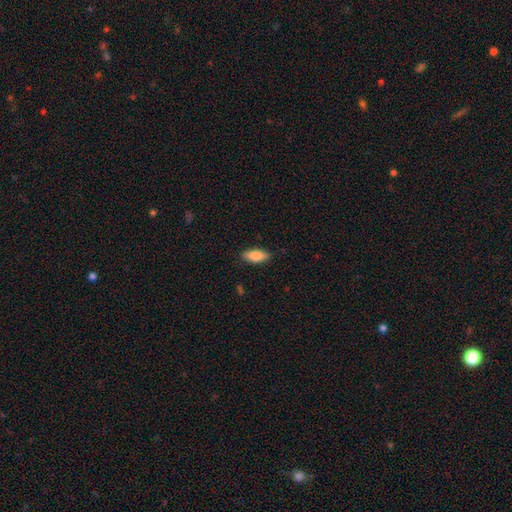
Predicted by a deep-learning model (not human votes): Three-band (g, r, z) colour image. It shows a smooth galaxy with no disk features (82%) that is in between round and cigar-shaped (79%). Merging: none (87%).